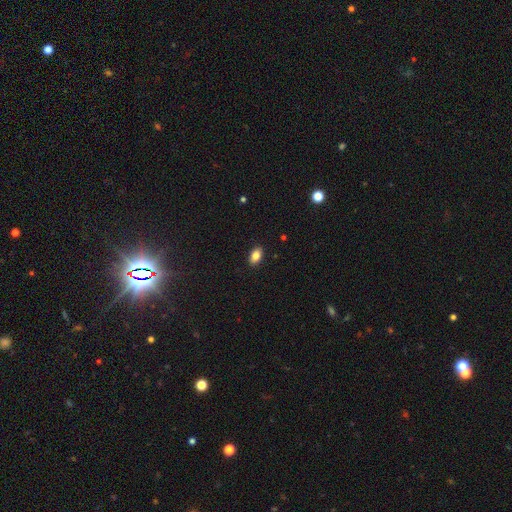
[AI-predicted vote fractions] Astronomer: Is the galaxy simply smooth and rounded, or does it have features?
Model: smooth — 85%.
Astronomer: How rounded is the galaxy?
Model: in between — 90%.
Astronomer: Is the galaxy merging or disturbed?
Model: none — 90%.